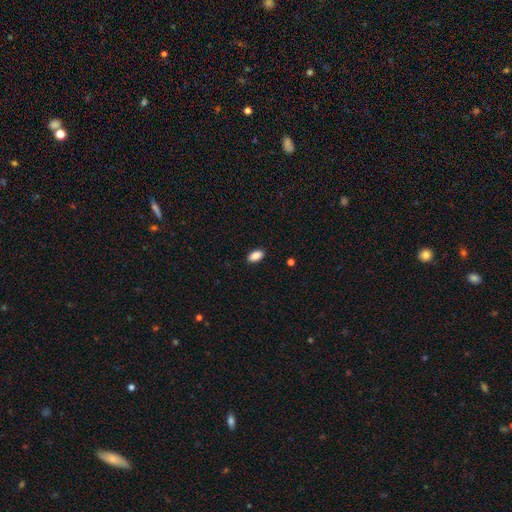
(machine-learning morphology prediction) type=smooth (89%); roundness=in between (93%); merging=none (89%).